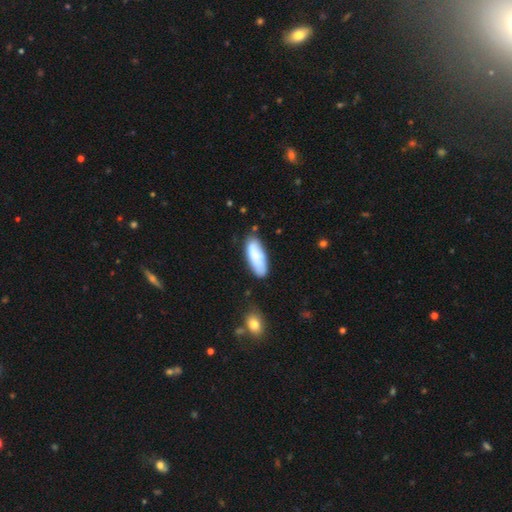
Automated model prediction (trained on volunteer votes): A smooth galaxy with no disk features (81%) that is in between round and cigar-shaped (73%). Merging: none (72%).